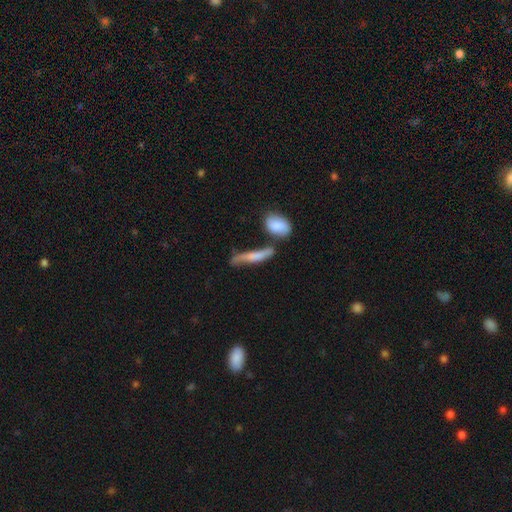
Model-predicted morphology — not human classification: The model was most divided on "merging": none: 45%, minor disturbance: 23%, merger: 20%, major disturbance: 11%. More confident: how rounded — cigar-shaped (78%); smooth or featured — smooth (59%).